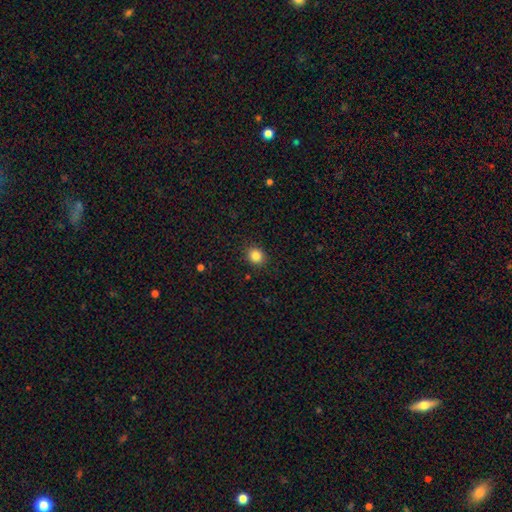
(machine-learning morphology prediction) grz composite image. It shows a smooth galaxy with no disk features (85%) that is round (78%). Merging: none (89%).